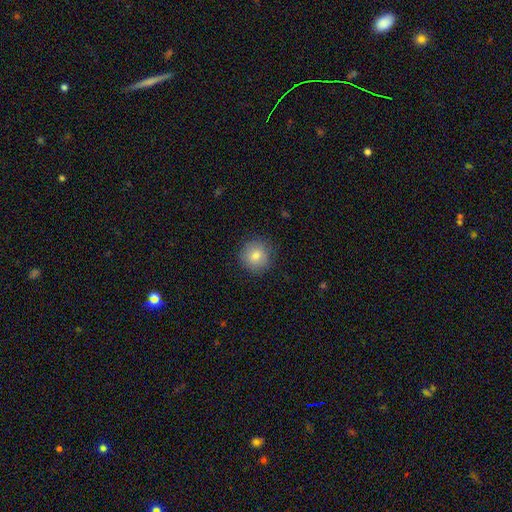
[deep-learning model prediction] Morphology: type=smooth (78%); roundness=round (93%); merging=none (87%).